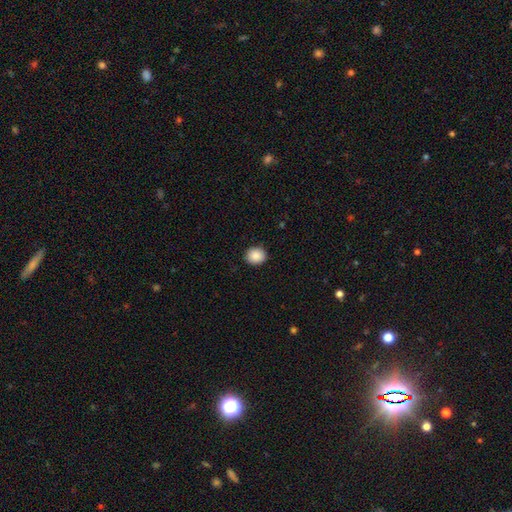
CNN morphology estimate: This appears to be a smooth galaxy with no disk features (88%) that is round (74%). Merging: none (90%).